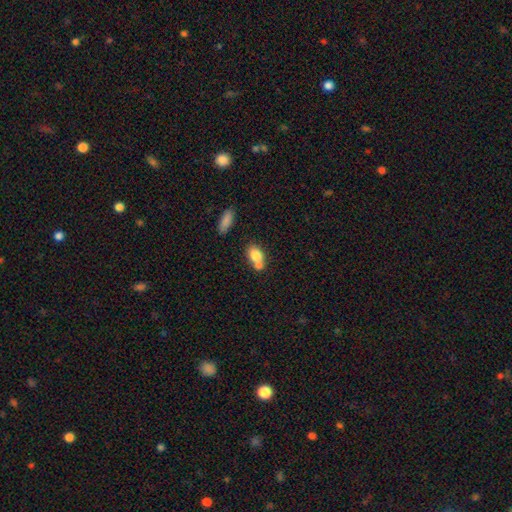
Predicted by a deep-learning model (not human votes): Smooth or featured? smooth (78%)
How rounded? in between (75%)
Merging? merger (48%)